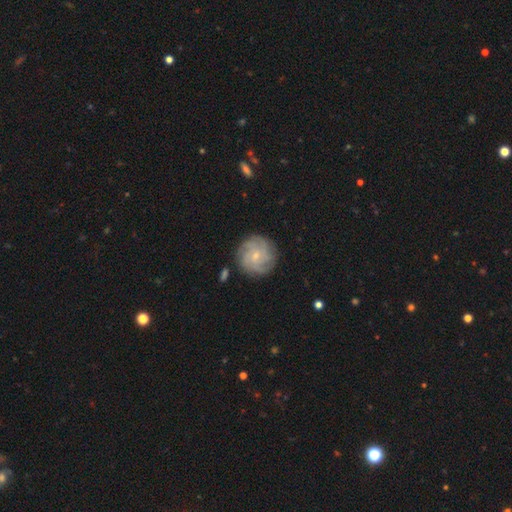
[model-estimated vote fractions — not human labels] A featured or disk galaxy (71%) with no bar (70%), tight (65%) spiral arms (93%) and a small central bulge (73%).

Vote fractions:
- Smooth or featured? featured or disk: 71% / smooth: 21% / star or artifact: 8%
- Edge-on disk? no: 98% / yes: 2%
- Bar? no: 70% / weak: 27% / strong: 4%
- Spiral arms? yes: 93% / no: 7%
- Spiral winding? tight: 65% / medium: 26% / loose: 8%
- Spiral arm count? can't tell: 32% / 4: 27% / 3: 14% / more than 4: 12% / 2: 8% / 1: 6%
- Bulge size? small: 73% / moderate: 22% / none: 2% / large: 1% / dominant: 1%
- Merging? none: 83% / minor disturbance: 11% / major disturbance: 4% / merger: 2%